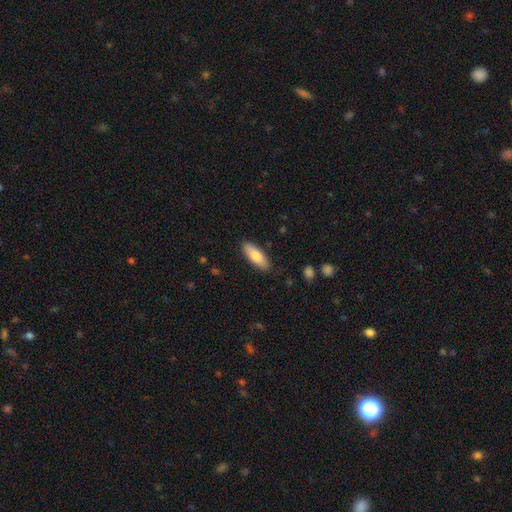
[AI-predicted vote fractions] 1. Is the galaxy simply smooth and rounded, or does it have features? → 77% smooth, 18% featured or disk, 6% star or artifact.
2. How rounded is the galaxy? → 70% in between, 28% cigar-shaped, 2% round.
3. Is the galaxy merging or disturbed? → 86% none, 11% minor disturbance, 2% major disturbance, 1% merger.